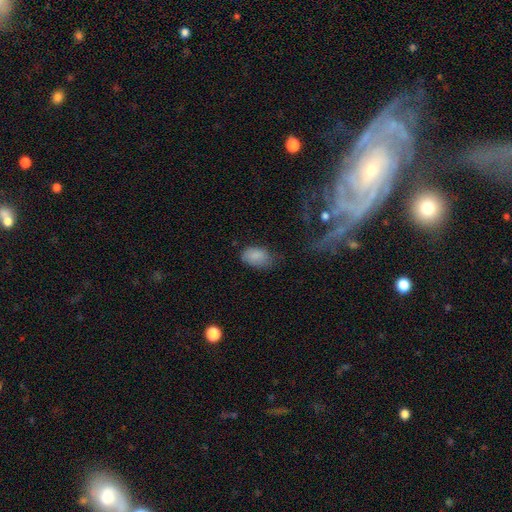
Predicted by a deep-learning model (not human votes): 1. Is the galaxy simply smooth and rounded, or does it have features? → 86% smooth, 8% star or artifact, 6% featured or disk.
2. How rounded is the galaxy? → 89% in between, 9% round, 1% cigar-shaped.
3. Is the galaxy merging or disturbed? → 62% none, 28% minor disturbance, 8% major disturbance, 2% merger.